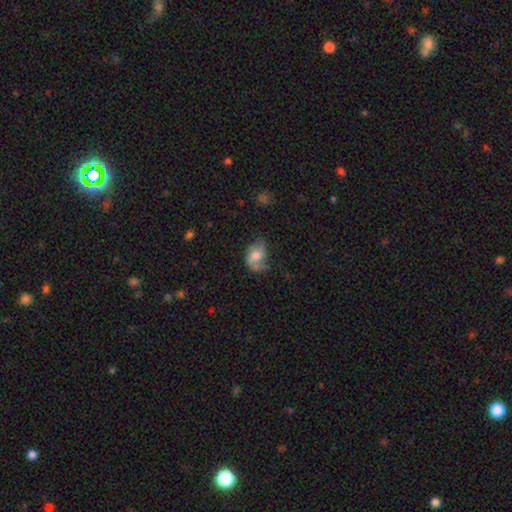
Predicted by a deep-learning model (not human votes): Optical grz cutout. It shows a featured or disk galaxy (47%). Merging: none (36%).